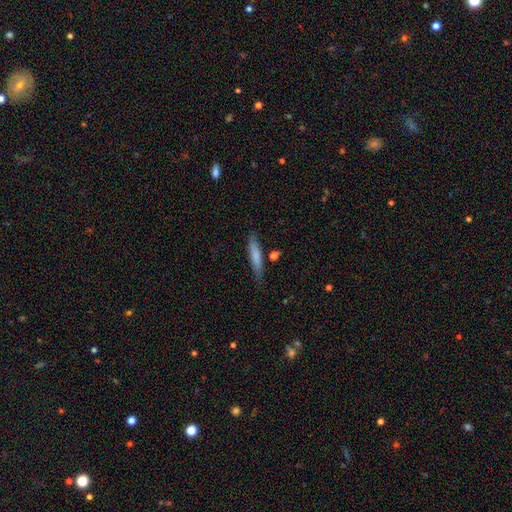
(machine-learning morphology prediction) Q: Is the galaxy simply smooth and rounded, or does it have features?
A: smooth — 74%.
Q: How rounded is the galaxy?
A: cigar-shaped — 87%.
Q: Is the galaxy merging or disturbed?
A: none — 78%.